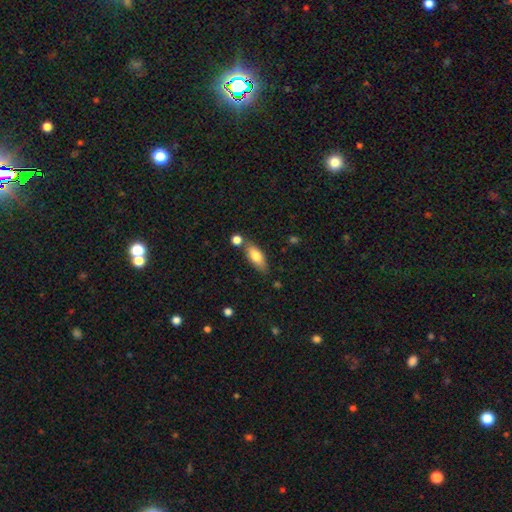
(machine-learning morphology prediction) Overall: smooth (76%). How rounded: in between (74%). Merging: none (68%).